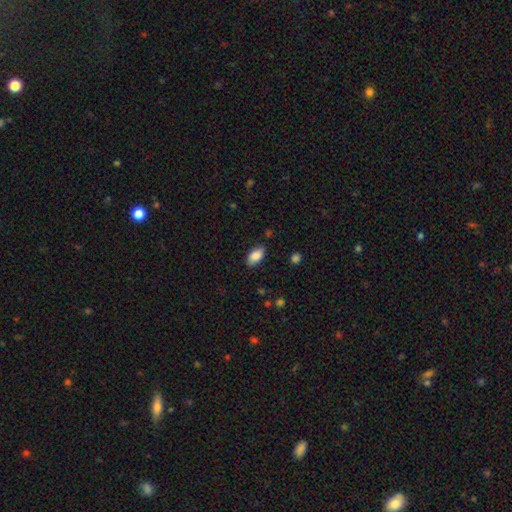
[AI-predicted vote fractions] This is clearly a smooth galaxy (86%). How rounded: clearly in between (92%). Merging: clearly none (84%).